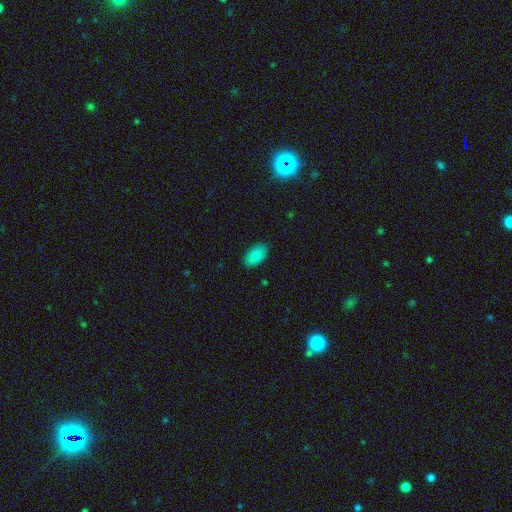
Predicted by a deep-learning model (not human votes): This is clearly a smooth galaxy (85%). How rounded: clearly in between (94%). Merging: clearly none (87%).